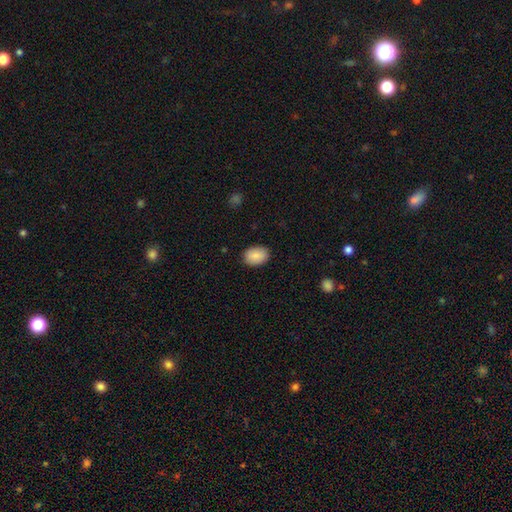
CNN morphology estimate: A smooth galaxy with no disk features (88%) that is in between round and cigar-shaped (76%).

Vote fractions:
- Smooth or featured? smooth: 88% / star or artifact: 7% / featured or disk: 6%
- How rounded? in between: 76% / round: 23% / cigar-shaped: 1%
- Merging? none: 88% / minor disturbance: 9% / major disturbance: 2% / merger: 1%